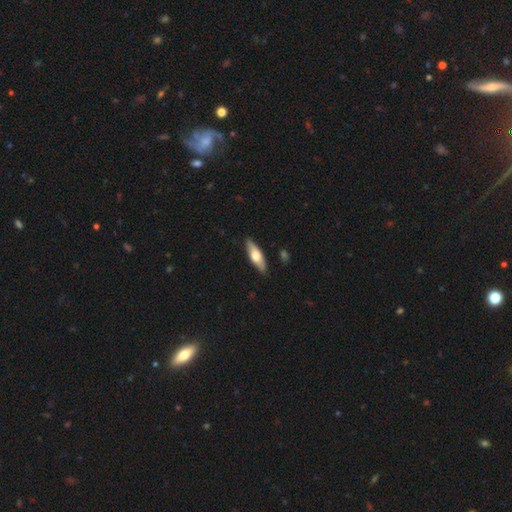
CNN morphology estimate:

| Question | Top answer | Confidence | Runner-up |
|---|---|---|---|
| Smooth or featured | smooth | 55% | featured or disk (40%) |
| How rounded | in between | 50% | cigar-shaped (48%) |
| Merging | none | 88% | minor disturbance (9%) |